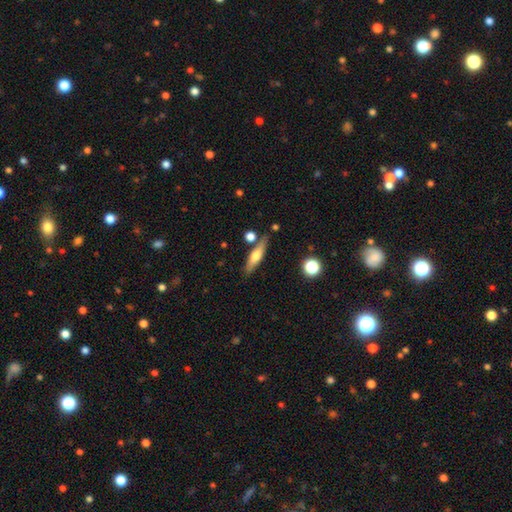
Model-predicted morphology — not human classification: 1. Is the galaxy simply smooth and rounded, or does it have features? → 51% smooth, 42% featured or disk, 7% star or artifact.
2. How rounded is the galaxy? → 73% cigar-shaped, 24% in between, 3% round.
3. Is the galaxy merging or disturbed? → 78% none, 12% minor disturbance, 7% merger, 3% major disturbance.